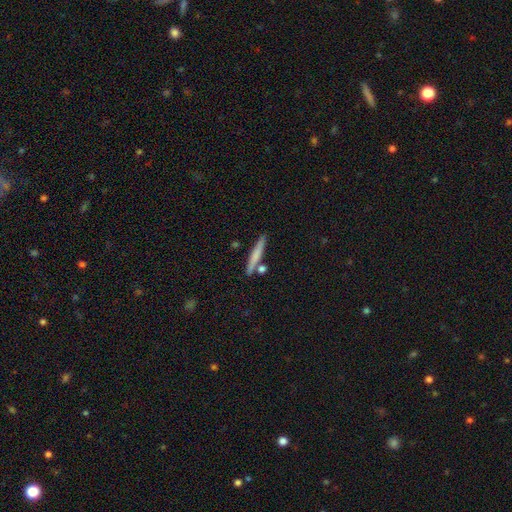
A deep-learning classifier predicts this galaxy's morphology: Smooth or featured? Predicted: smooth (p=0.65). How rounded? Predicted: cigar-shaped (p=0.94). Merging? Predicted: none (p=0.80).